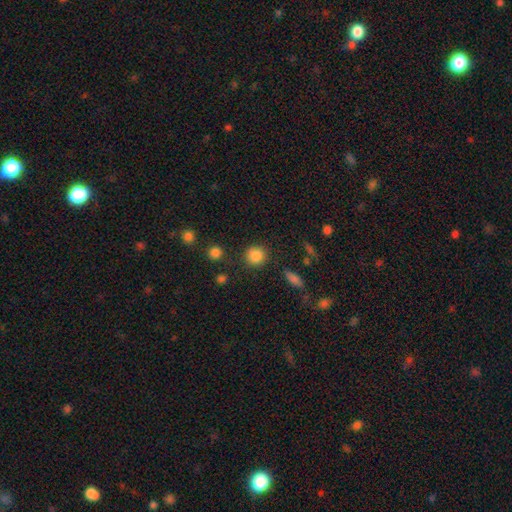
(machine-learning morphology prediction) Overall: smooth (85%). How rounded: round (91%). Merging: none (84%).